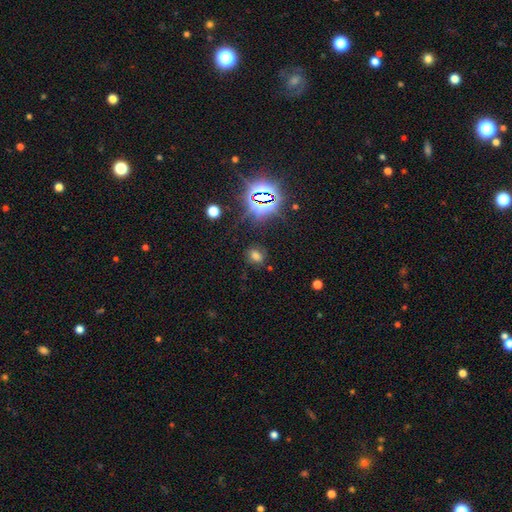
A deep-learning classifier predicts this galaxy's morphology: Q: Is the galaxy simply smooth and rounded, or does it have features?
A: smooth — 57%.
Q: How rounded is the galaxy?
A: in between — 55%.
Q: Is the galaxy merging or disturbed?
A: none — 75%.